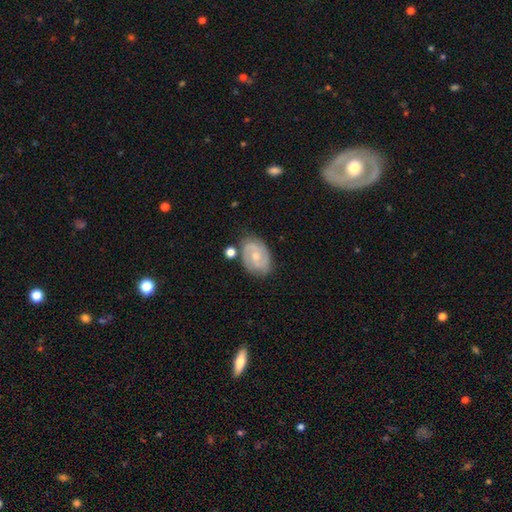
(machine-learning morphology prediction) Smooth or featured? featured or disk (74%)
Edge-on disk? no (97%)
Bar? no (58%)
Spiral arms? yes (91%)
Spiral winding? tight (43%, tied with medium)
Spiral arm count? 2 (79%)
Bulge size? small (54%)
Merging? none (74%)